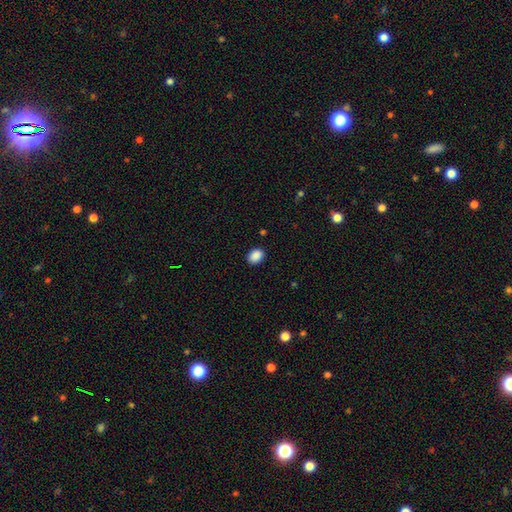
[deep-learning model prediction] Smooth or featured? Predicted: smooth (p=0.89). How rounded? Predicted: in between (p=0.68). Merging? Predicted: none (p=0.89).